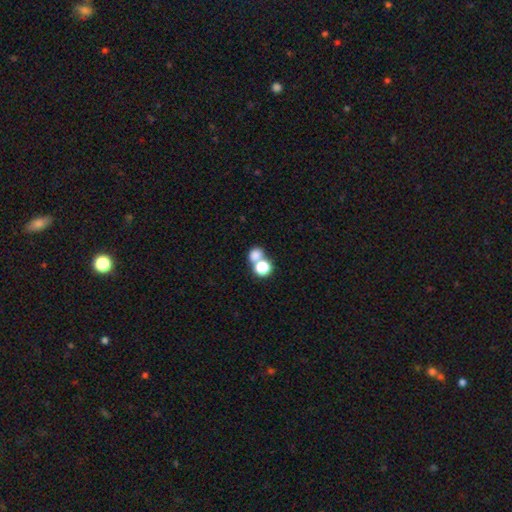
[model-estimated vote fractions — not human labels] smooth-or-featured: smooth: 74% | star or artifact: 17% | featured or disk: 9%
  how-rounded: round: 71% | in between: 28% | cigar-shaped: 1%
  merging: merger: 47% | none: 42% | minor disturbance: 6% | major disturbance: 4%